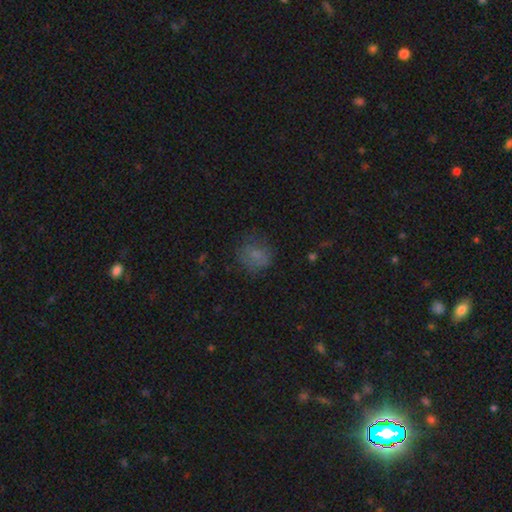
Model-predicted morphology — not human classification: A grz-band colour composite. It shows a smooth galaxy with no disk features (70%) that is round (70%). Merging: none (64%).